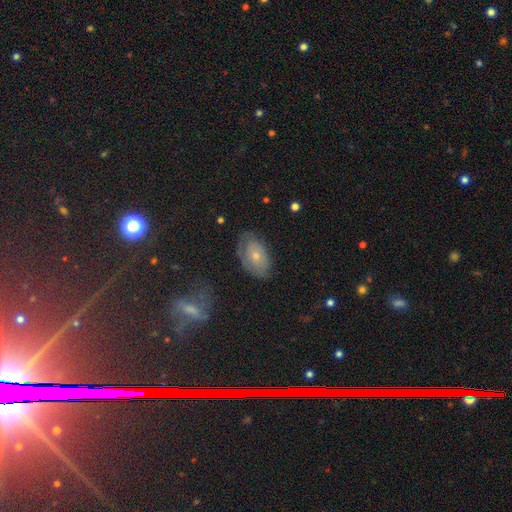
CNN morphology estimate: Smooth or featured: smooth — 53% (featured or disk — 38%)
How rounded: in between — 90% (round — 8%)
Merging: none — 65% (minor disturbance — 24%)